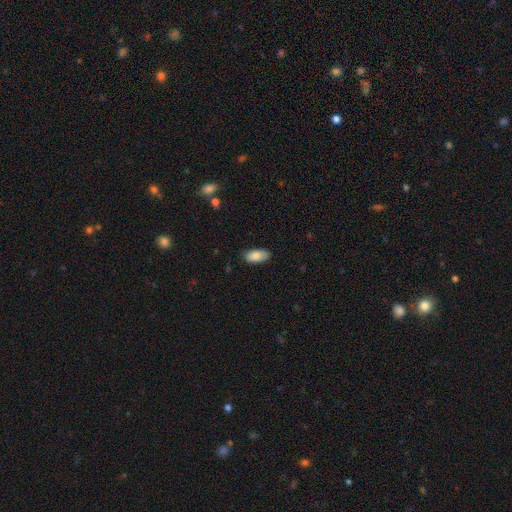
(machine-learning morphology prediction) Smooth or featured?
  - smooth: 86% *
  - featured or disk: 8%
  - star or artifact: 6%
How rounded?
  - in between: 92% *
  - cigar-shaped: 5%
  - round: 2%
Merging?
  - none: 81% *
  - minor disturbance: 16%
  - major disturbance: 3%
  - merger: 1%